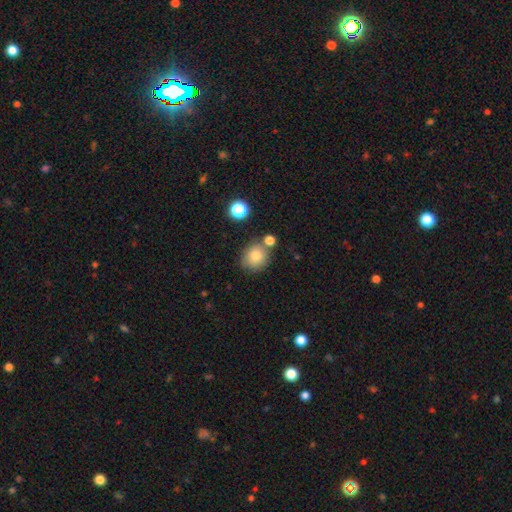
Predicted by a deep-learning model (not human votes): smooth_or_featured: smooth (p=0.80) [alt: star or artifact p=0.11]
how_rounded: round (p=0.77) [alt: in between p=0.22]
merging: none (p=0.69) [alt: merger p=0.14]